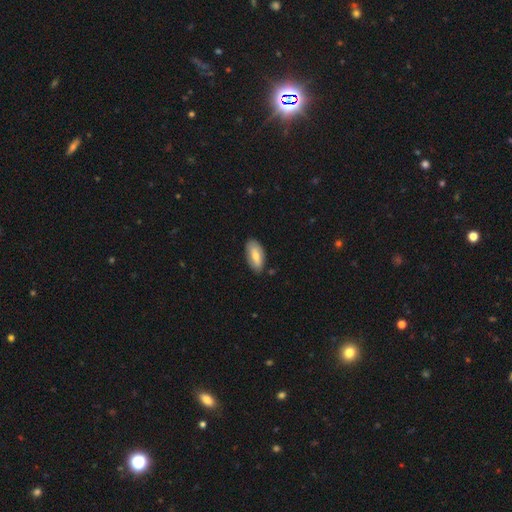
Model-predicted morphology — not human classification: smooth 70%, featured or disk 24%, star or artifact 6%. Down the decision tree: how rounded — in between (91%); merging — none (83%).